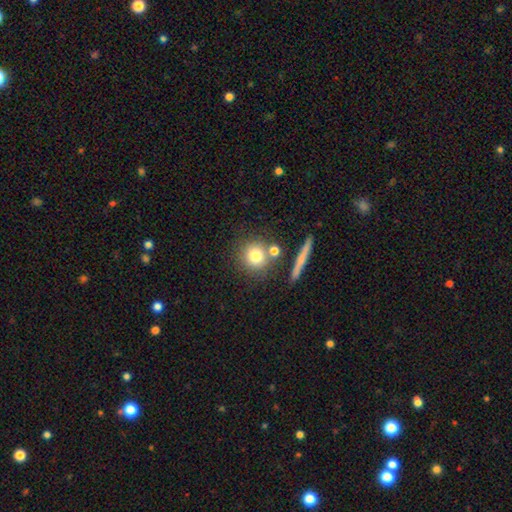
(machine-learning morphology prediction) This is likely a smooth galaxy (77%). How rounded: clearly round (89%). Merging: likely none (69%).